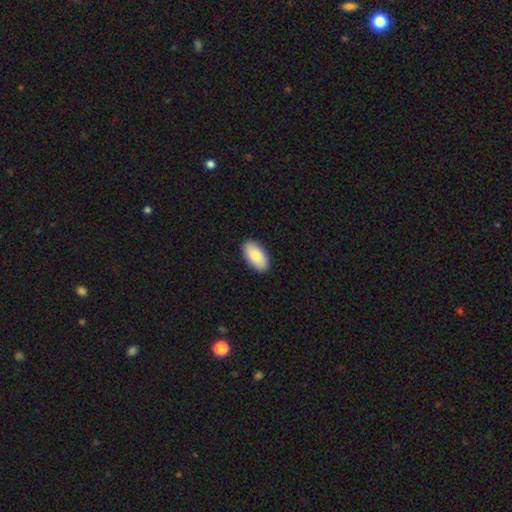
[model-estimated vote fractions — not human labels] smooth 85%, featured or disk 9%, star or artifact 6%. Down the decision tree: how rounded — in between (95%); merging — none (90%).